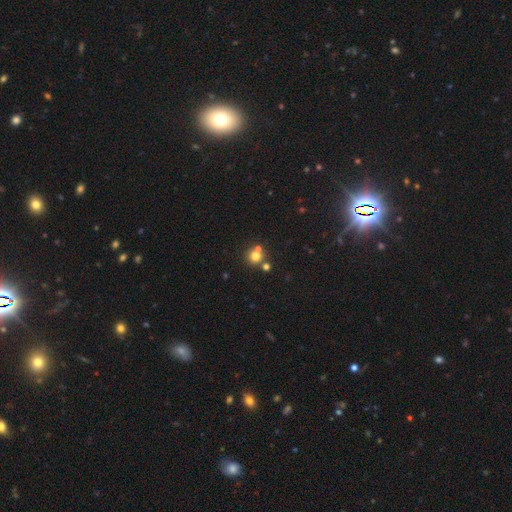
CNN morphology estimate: Smooth or featured? smooth (74%)
How rounded? round (90%)
Merging? none (62%)